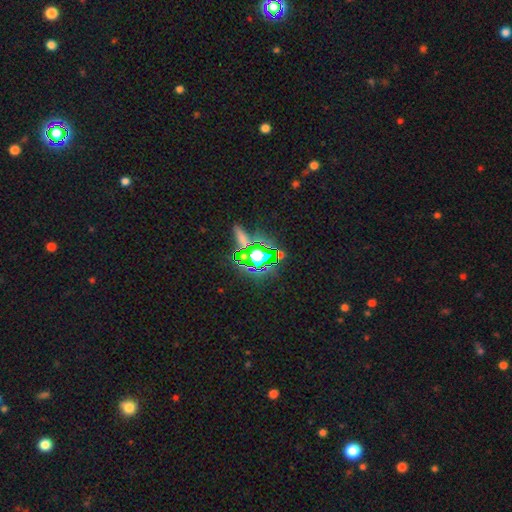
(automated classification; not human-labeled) Smooth or featured? Predicted: star or artifact (p=0.74).